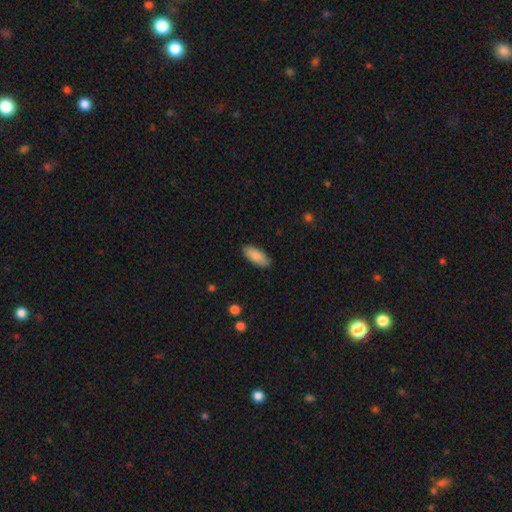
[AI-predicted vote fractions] Smooth or featured: smooth — 88% (featured or disk — 6%)
How rounded: in between — 84% (cigar-shaped — 15%)
Merging: none — 88% (minor disturbance — 9%)